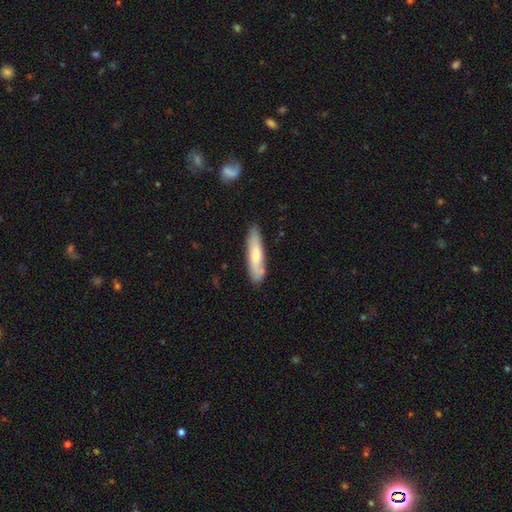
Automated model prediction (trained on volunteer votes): Overall: smooth (64%; featured or disk 30%). How rounded: cigar-shaped (75%). Merging: none (78%).